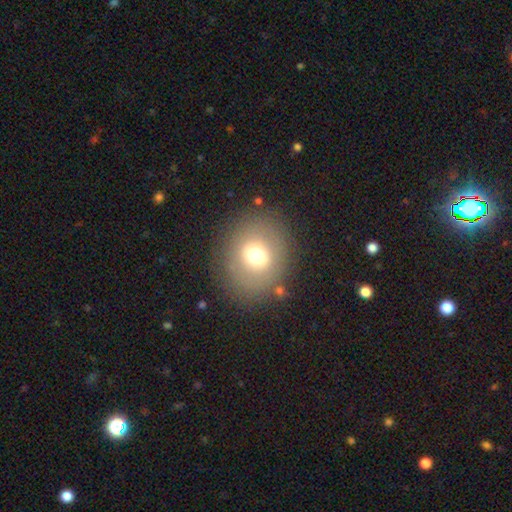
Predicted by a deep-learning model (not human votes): This appears to be a smooth galaxy with no disk features (65%) that is round (78%). Merging: none (83%).